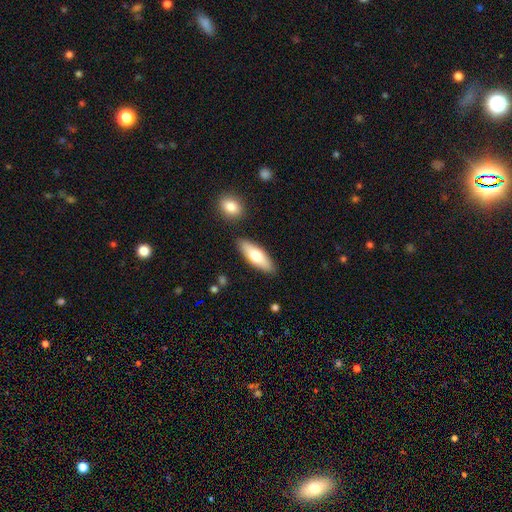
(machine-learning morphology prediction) type=smooth (69%); roundness=in between (60%); merging=none (85%).